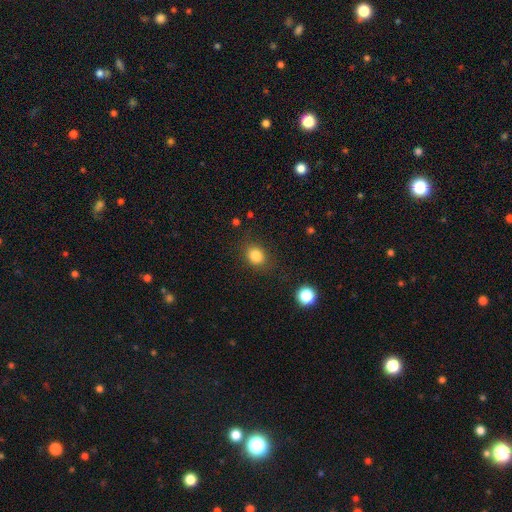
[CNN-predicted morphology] Overall: smooth (83%). How rounded: round (58%; in between 41%). Merging: none (82%).